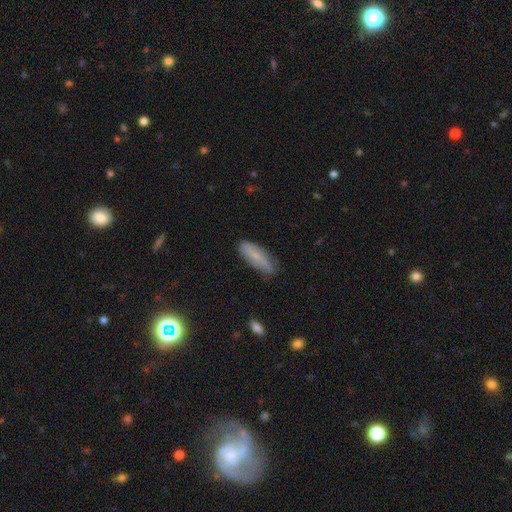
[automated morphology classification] type=smooth (66%); roundness=in between (54%); merging=none (70%).